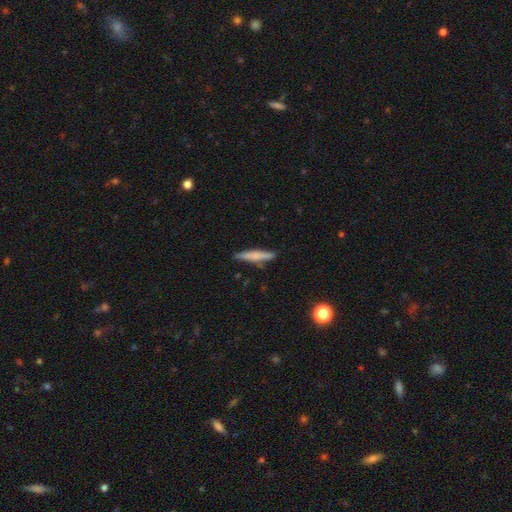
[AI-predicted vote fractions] This is likely a smooth galaxy (63%). How rounded: clearly cigar-shaped (92%). Merging: clearly none (85%).